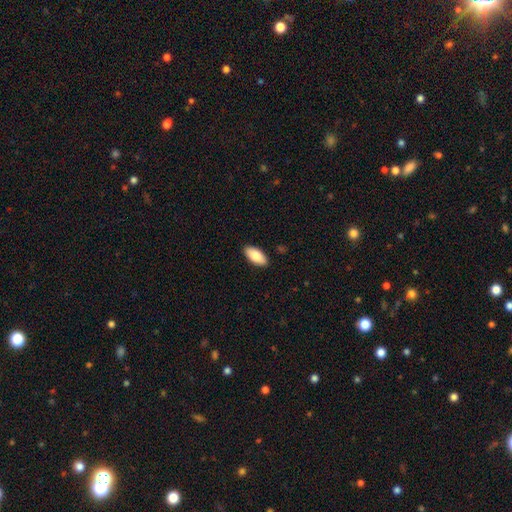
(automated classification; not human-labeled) This is clearly a smooth galaxy (84%). How rounded: clearly in between (91%). Merging: clearly none (90%).